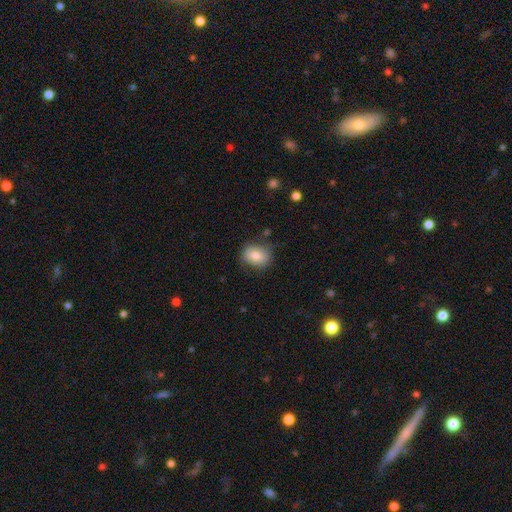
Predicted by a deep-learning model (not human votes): The model was most divided on "how rounded": in between: 50%, round: 49%, cigar-shaped: 1%. More confident: smooth or featured — smooth (78%); merging — none (77%).